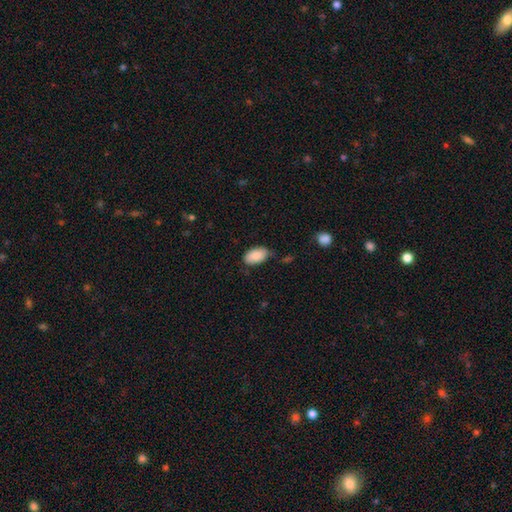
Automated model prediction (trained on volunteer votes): Smooth or featured? smooth (89%)
How rounded? in between (95%)
Merging? none (73%)